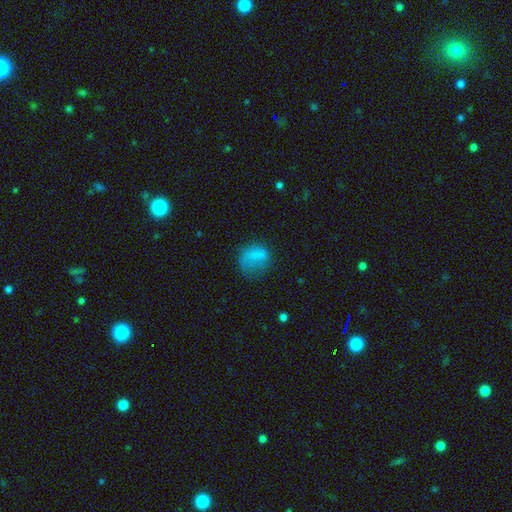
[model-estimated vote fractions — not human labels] Smooth or featured? Predicted: smooth (p=0.70). How rounded? Predicted: round (p=0.52). Merging? Predicted: major disturbance (p=0.37).